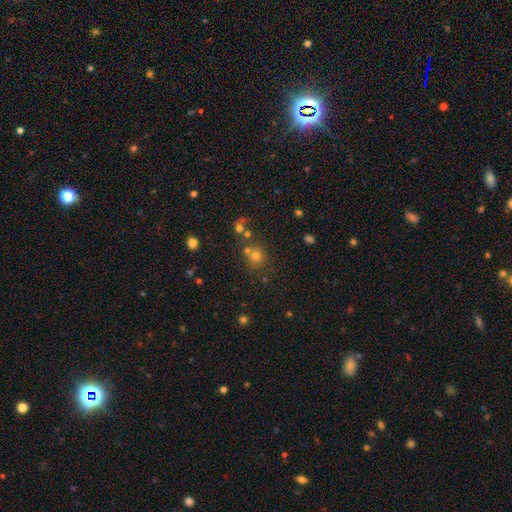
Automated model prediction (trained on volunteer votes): This appears to be a smooth galaxy with no disk features (63%) that is round (87%). Merging: none (65%).